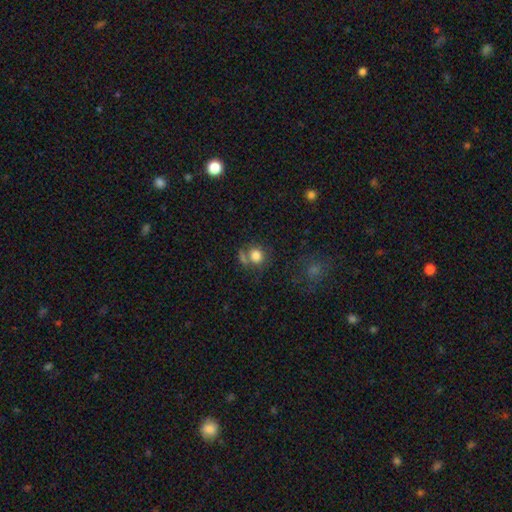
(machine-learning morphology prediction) A smooth galaxy with no disk features (80%) that is round (85%).

Vote fractions:
- Smooth or featured? smooth: 80% / star or artifact: 11% / featured or disk: 8%
- How rounded? round: 85% / in between: 14% / cigar-shaped: 1%
- Merging? none: 58% / merger: 21% / minor disturbance: 13% / major disturbance: 8%